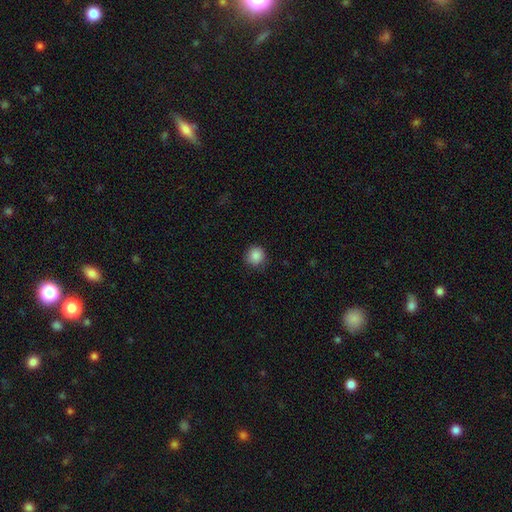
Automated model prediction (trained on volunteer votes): This is clearly a smooth galaxy (88%). How rounded: clearly round (93%). Merging: clearly none (87%).